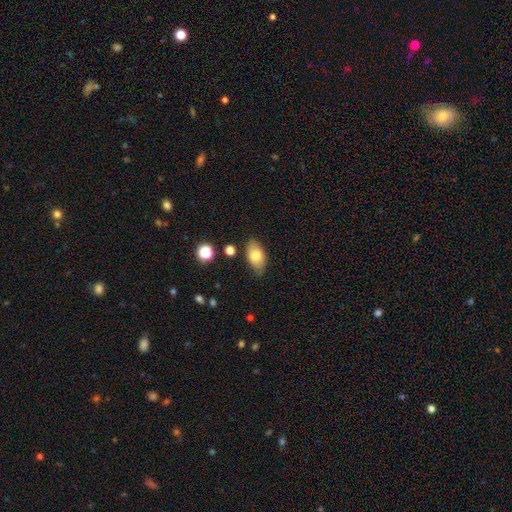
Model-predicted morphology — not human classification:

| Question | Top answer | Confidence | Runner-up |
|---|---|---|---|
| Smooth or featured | smooth | 77% | featured or disk (15%) |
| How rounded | in between | 92% | round (6%) |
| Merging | none | 77% | minor disturbance (17%) |